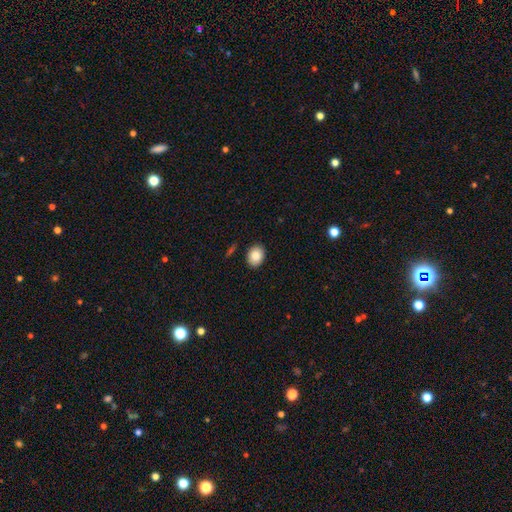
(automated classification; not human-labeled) The model was most divided on "how rounded": in between: 61%, round: 38%, cigar-shaped: 1%. More confident: merging — none (89%); smooth or featured — smooth (84%).